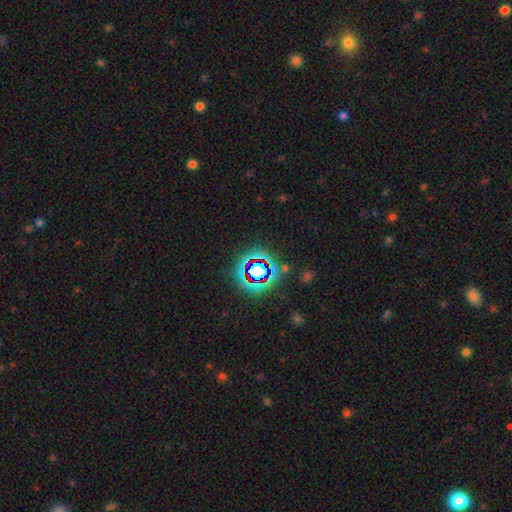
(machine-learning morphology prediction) A star or artifact, not a galaxy (76%).